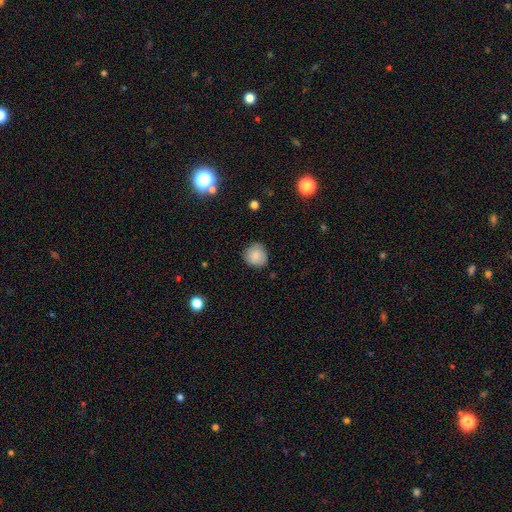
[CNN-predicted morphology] smooth 83%, star or artifact 9%, featured or disk 8%. Down the decision tree: how rounded — round (87%); merging — none (78%).